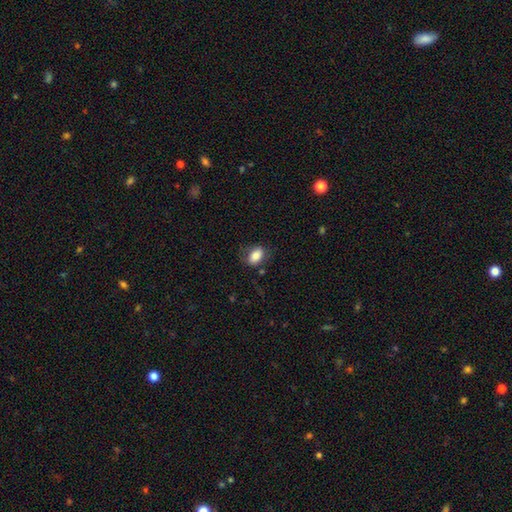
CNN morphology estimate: type=smooth (82%); roundness=in between (85%); merging=none (74%).